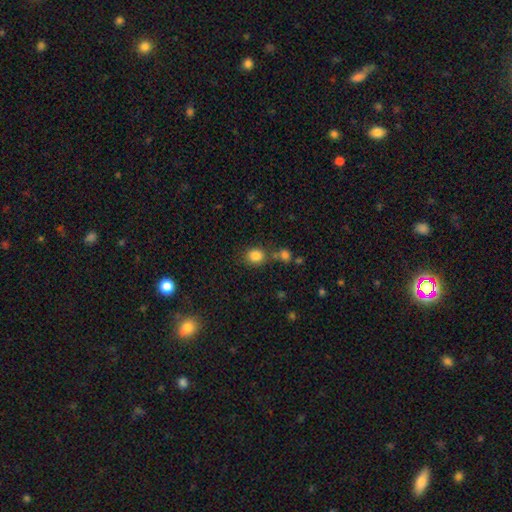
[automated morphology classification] Q: Smooth or featured?
A: smooth (84%); runner-up: star or artifact (11%)
Q: How rounded?
A: round (76%); runner-up: in between (23%)
Q: Merging?
A: none (71%); runner-up: merger (13%)